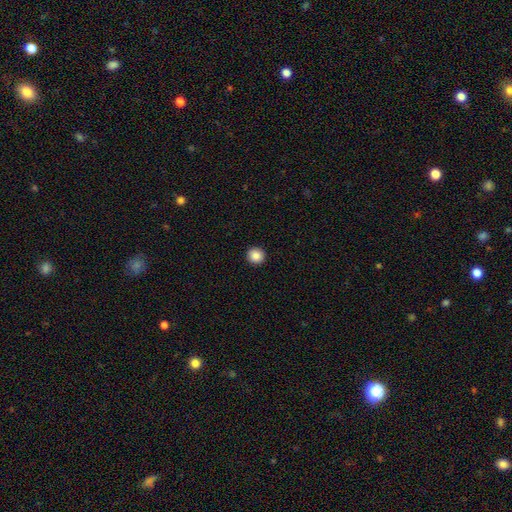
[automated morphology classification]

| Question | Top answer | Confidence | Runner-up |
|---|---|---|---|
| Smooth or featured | smooth | 87% | star or artifact (9%) |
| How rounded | round | 94% | in between (5%) |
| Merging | none | 94% | minor disturbance (4%) |